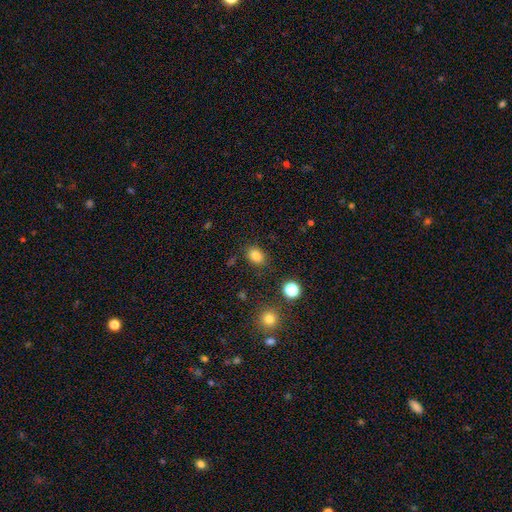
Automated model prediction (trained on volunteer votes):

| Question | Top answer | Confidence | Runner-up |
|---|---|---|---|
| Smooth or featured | smooth | 82% | star or artifact (13%) |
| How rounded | in between | 67% | round (32%) |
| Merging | none | 82% | minor disturbance (12%) |